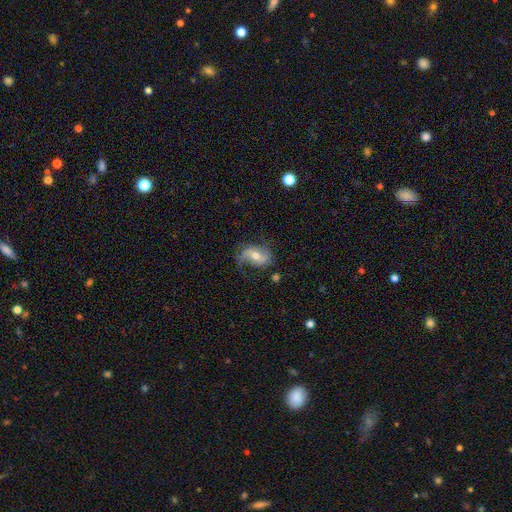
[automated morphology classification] A featured or disk galaxy (67%) with a weak bar (43%), 2 (74%) loose (58%) spiral arms (86%) and a moderate central bulge (68%).

Vote fractions:
- Smooth or featured? featured or disk: 67% / smooth: 26% / star or artifact: 7%
- Edge-on disk? no: 95% / yes: 5%
- Bar? weak: 43% / no: 32% / strong: 25%
- Spiral arms? yes: 86% / no: 14%
- Spiral winding? loose: 58% / medium: 30% / tight: 12%
- Spiral arm count? 2: 74% / 1: 16% / can't tell: 7% / 3: 1% / 4: 1% / more than 4: 1%
- Bulge size? moderate: 68% / small: 24% / large: 5% / none: 2% / dominant: 1%
- Merging? none: 57% / minor disturbance: 25% / major disturbance: 15% / merger: 3%